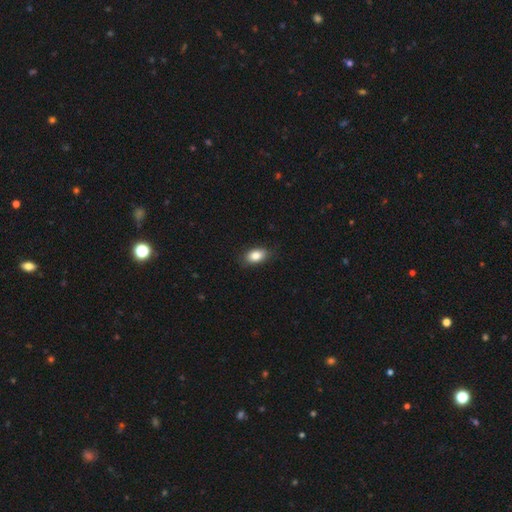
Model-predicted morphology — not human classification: Overall: smooth (84%). How rounded: in between (88%). Merging: none (84%).